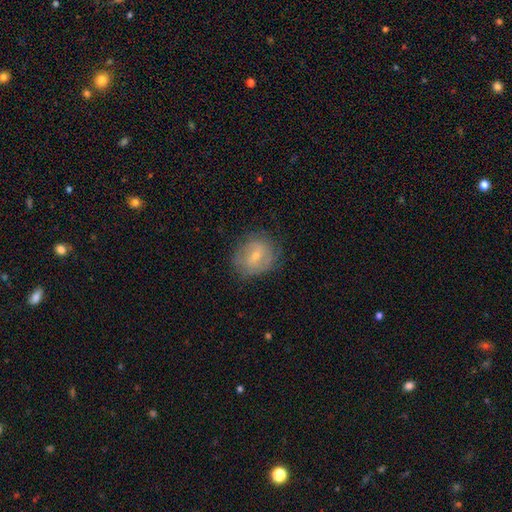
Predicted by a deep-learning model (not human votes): Q: Smooth or featured?
A: featured or disk (49%); runner-up: smooth (41%)
Q: Merging?
A: none (77%); runner-up: minor disturbance (16%)